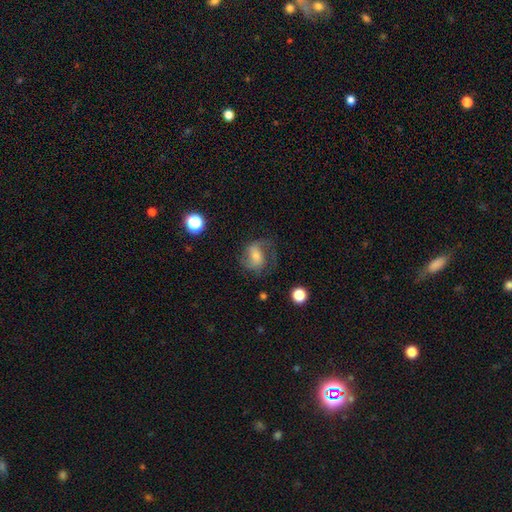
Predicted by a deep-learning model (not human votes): A featured or disk galaxy (56%) with a weak bar (44%), spiral arms (87%) and a moderate central bulge (43%). Merging: none (58%).